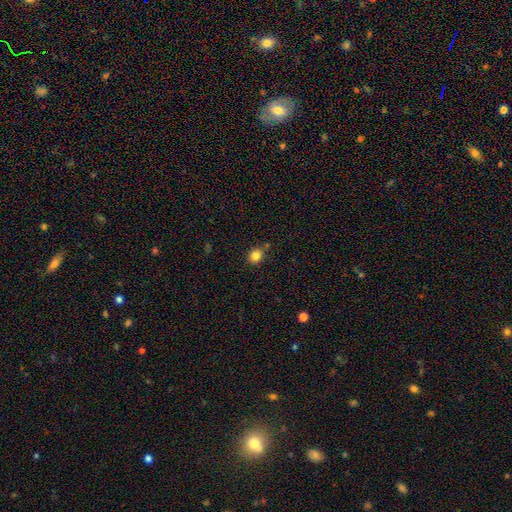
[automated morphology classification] smooth 83%, star or artifact 11%, featured or disk 5%. Down the decision tree: how rounded — round (67%); merging — none (80%).